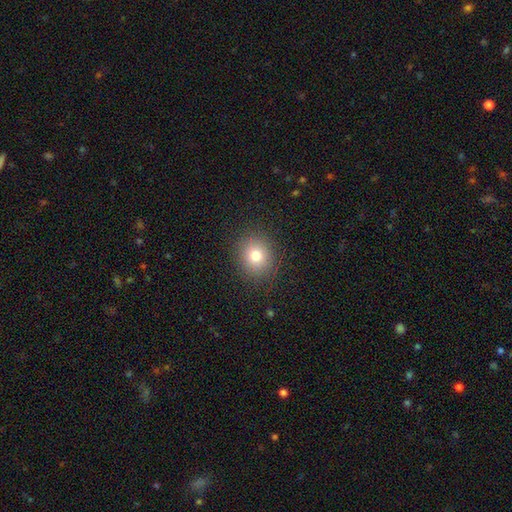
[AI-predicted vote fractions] Q: Smooth or featured?
A: smooth (78%); runner-up: star or artifact (13%)
Q: How rounded?
A: round (80%); runner-up: in between (19%)
Q: Merging?
A: none (89%); runner-up: minor disturbance (7%)